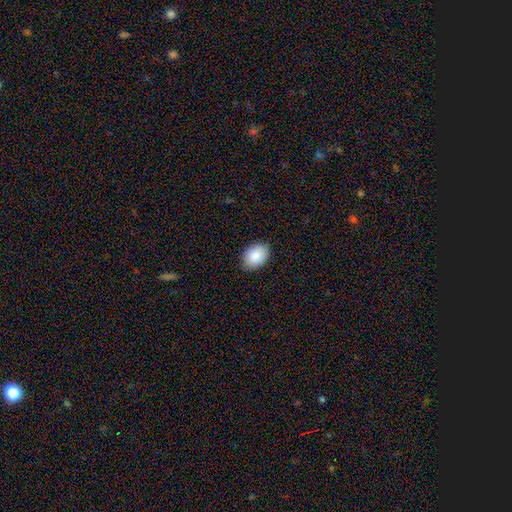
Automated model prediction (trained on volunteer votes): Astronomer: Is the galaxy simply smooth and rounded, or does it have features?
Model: smooth — 87%.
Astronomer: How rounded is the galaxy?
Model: in between — 80%.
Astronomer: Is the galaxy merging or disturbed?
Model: none — 86%.